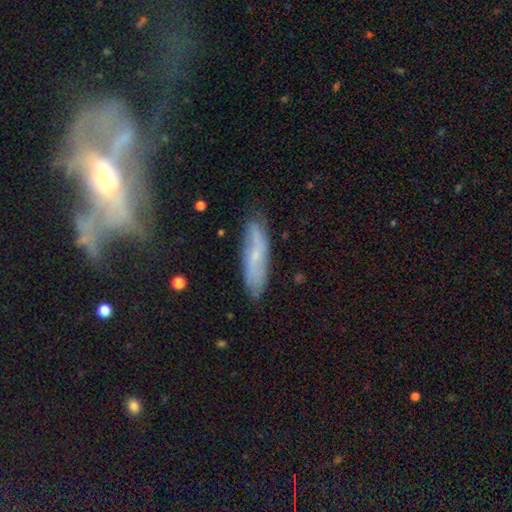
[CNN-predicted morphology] Smooth or featured? featured or disk (50%)
Edge-on disk? no (67%)
Merging? none (77%)